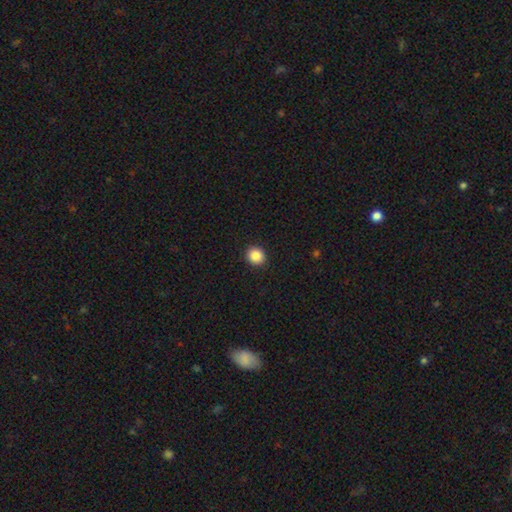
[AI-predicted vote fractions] This appears to be a smooth galaxy with no disk features (87%) that is round (86%). Merging: none (92%).